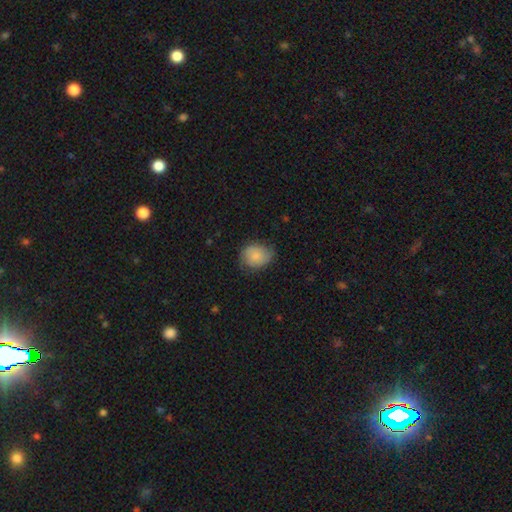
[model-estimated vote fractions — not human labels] Overall: smooth (72%). How rounded: round (62%; in between 38%). Merging: none (65%; minor disturbance 27%).